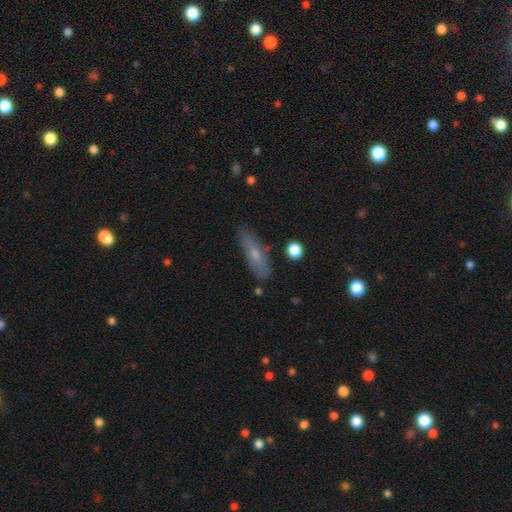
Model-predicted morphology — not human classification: The model was most divided on "smooth or featured": smooth: 55%, featured or disk: 37%, star or artifact: 8%. More confident: merging — none (78%); how rounded — cigar-shaped (64%).